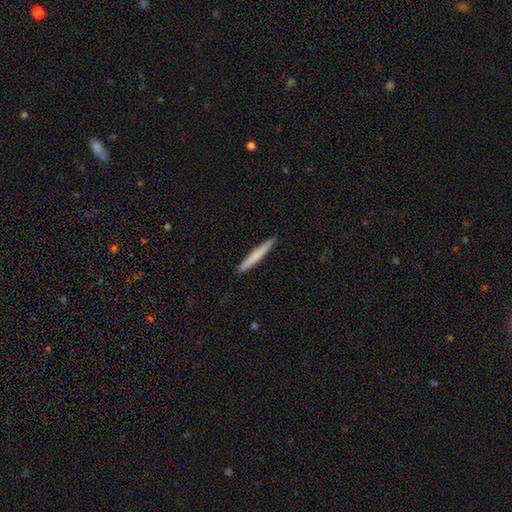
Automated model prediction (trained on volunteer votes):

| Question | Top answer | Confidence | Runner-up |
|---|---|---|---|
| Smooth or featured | smooth | 71% | featured or disk (24%) |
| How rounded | cigar-shaped | 97% | in between (2%) |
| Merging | none | 92% | minor disturbance (6%) |